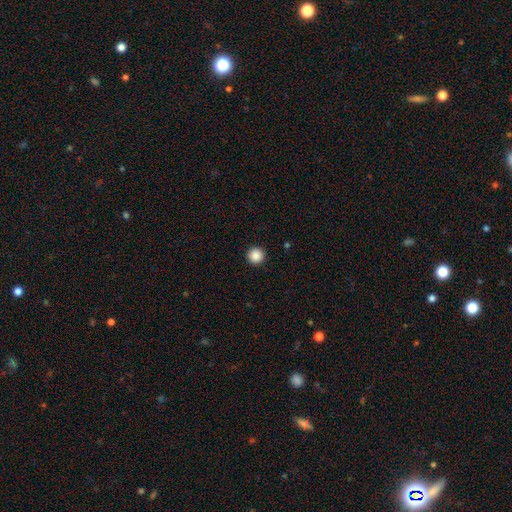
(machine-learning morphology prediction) A smooth galaxy with no disk features (88%) that is round (97%).

Vote fractions:
- Smooth or featured? smooth: 88% / star or artifact: 9% / featured or disk: 3%
- How rounded? round: 97% / in between: 2% / cigar-shaped: 1%
- Merging? none: 94% / minor disturbance: 4% / major disturbance: 1% / merger: 1%